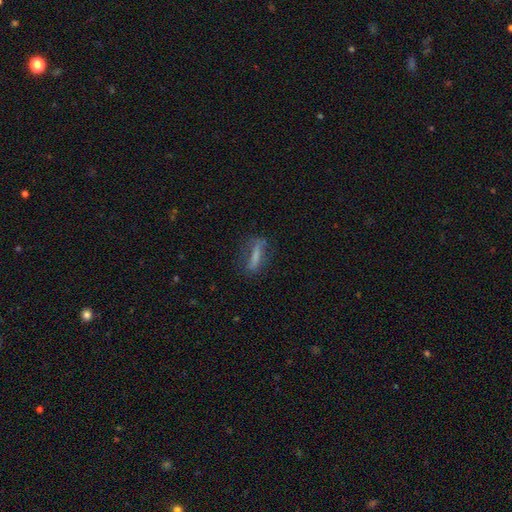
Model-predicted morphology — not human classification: smooth 53%, featured or disk 36%, star or artifact 12%. Down the decision tree: how rounded — cigar-shaped (76%); merging — none (67%).